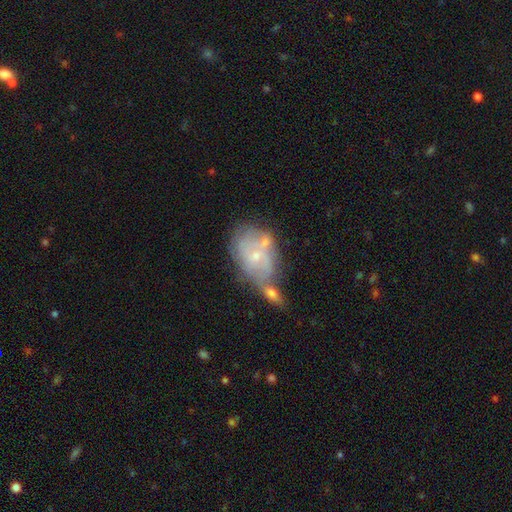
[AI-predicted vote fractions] Smooth or featured? Predicted: featured or disk (p=0.63). Edge-on disk? Predicted: no (p=0.96). Bar? Predicted: no (p=0.74). Spiral arms? Predicted: yes (p=0.59). Bulge size? Predicted: small (p=0.70). Merging? Predicted: merger (p=0.42).